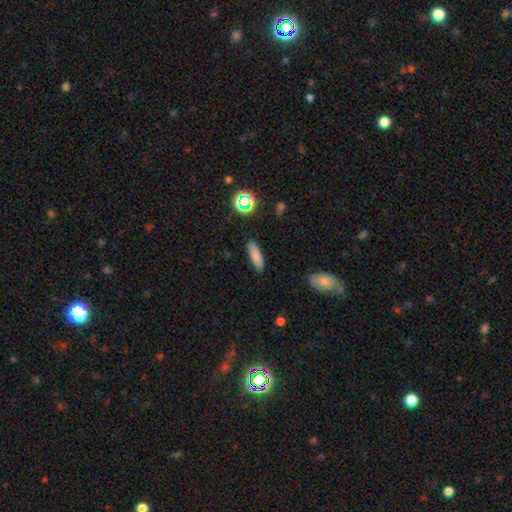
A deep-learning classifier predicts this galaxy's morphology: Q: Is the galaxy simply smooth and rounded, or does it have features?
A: smooth — 82%.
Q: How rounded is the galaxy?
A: cigar-shaped — 58%.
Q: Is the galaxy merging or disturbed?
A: none — 87%.